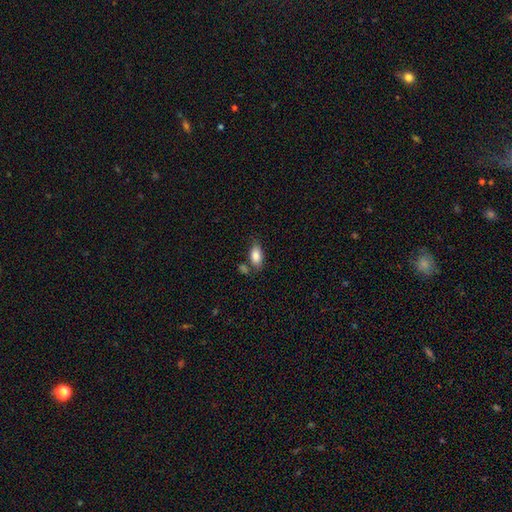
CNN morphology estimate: smooth-or-featured: smooth: 85% | featured or disk: 8% | star or artifact: 7%
  how-rounded: in between: 89% | cigar-shaped: 7% | round: 4%
  merging: none: 66% | minor disturbance: 17% | merger: 13% | major disturbance: 4%